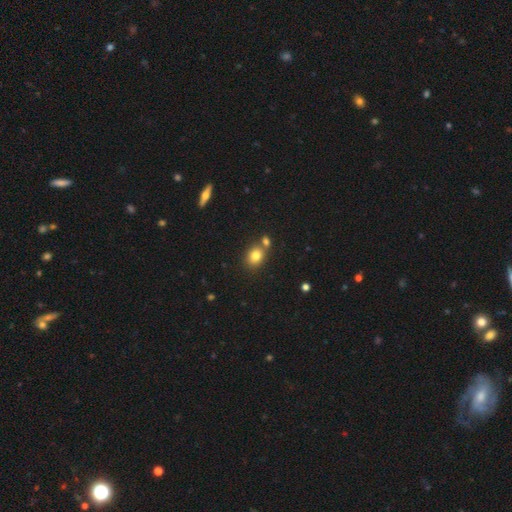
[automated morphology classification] smooth-or-featured: smooth: 81% | star or artifact: 11% | featured or disk: 8%
  how-rounded: round: 51% | in between: 48% | cigar-shaped: 1%
  merging: none: 61% | merger: 26% | minor disturbance: 10% | major disturbance: 3%